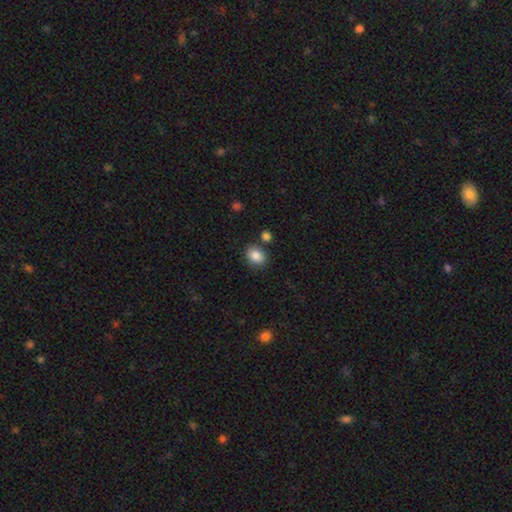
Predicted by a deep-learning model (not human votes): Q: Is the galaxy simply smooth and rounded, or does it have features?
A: smooth — 85%.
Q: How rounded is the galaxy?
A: in between — 51%.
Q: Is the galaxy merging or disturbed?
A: none — 79%.